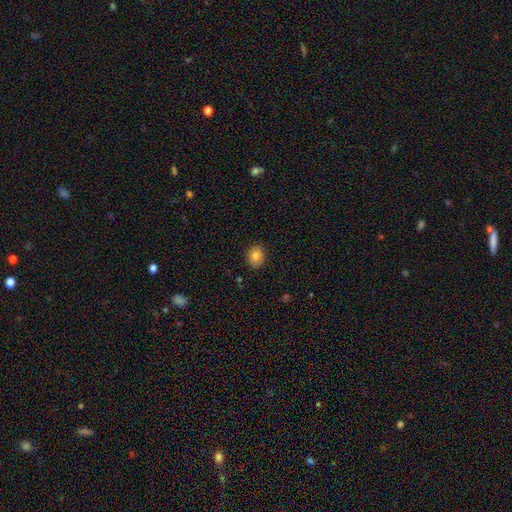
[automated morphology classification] This appears to be a smooth galaxy with no disk features (83%) that is round (51%). Merging: none (88%).